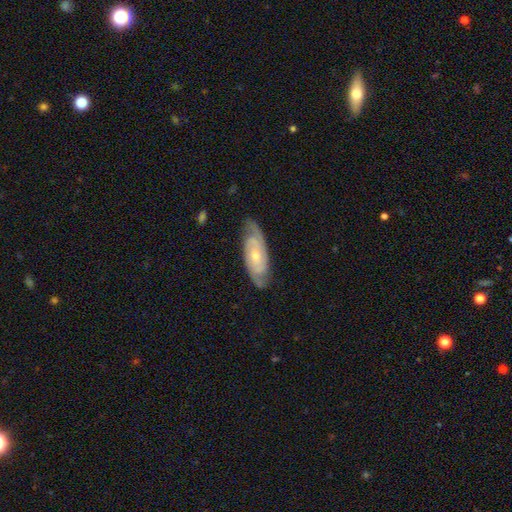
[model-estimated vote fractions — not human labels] smooth-or-featured: featured or disk: 82% | smooth: 13% | star or artifact: 5%
  disk-edge-on: no: 92% | yes: 8%
    bar: no: 67% | weak: 26% | strong: 6%
    has-spiral-arms: yes: 95% | no: 5%
      spiral-winding: tight: 59% | medium: 33% | loose: 7%
      spiral-arm-count: 2: 75% | can't tell: 13% | 3: 7% | 4: 2% | 1: 2% | more than 4: 2%
    bulge-size: small: 59% | moderate: 37% | none: 2% | large: 1% | dominant: 1%
  merging: none: 79% | minor disturbance: 16% | major disturbance: 4% | merger: 1%